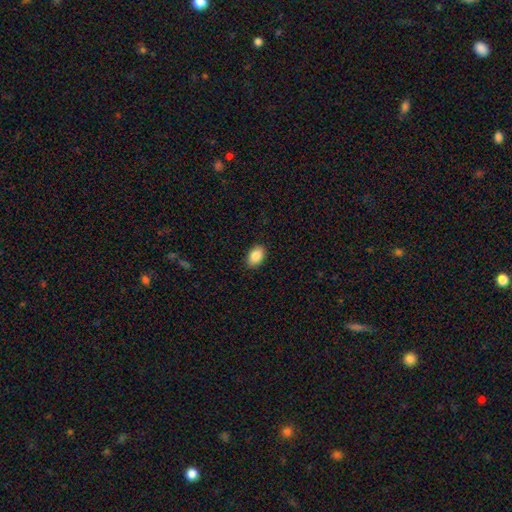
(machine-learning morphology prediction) smooth_or_featured: smooth (p=0.88) [alt: star or artifact p=0.07]
how_rounded: in between (p=0.87) [alt: round p=0.12]
merging: none (p=0.89) [alt: minor disturbance p=0.08]